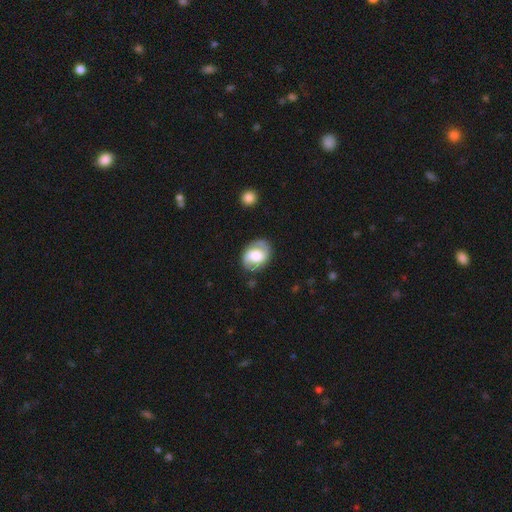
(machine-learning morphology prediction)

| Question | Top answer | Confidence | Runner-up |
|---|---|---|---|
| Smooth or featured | featured or disk | 64% | smooth (29%) |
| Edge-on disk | no | 97% | yes (3%) |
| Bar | no | 46% | weak (38%) |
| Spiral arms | yes | 85% | no (15%) |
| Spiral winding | medium | 46% | tight (31%) |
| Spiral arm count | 2 | 86% | can't tell (6%) |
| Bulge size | large | 47% | moderate (28%) |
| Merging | none | 76% | minor disturbance (17%) |